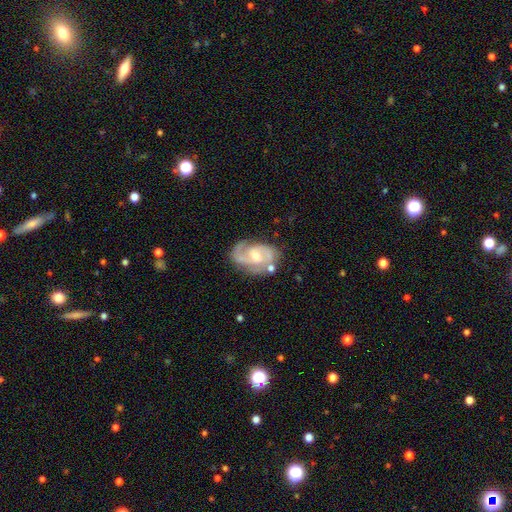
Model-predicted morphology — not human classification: smooth_or_featured: featured or disk (p=0.85) [alt: smooth p=0.10]
disk_edge_on: no (p=0.97) [alt: yes p=0.03]
bar: weak (p=0.47) [alt: no p=0.43]
has_spiral_arms: yes (p=0.95) [alt: no p=0.05]
spiral_winding: medium (p=0.49) [alt: tight p=0.35]
spiral_arm_count: 2 (p=0.71) [alt: can't tell p=0.10]
bulge_size: moderate (p=0.59) [alt: small p=0.35]
merging: none (p=0.64) [alt: minor disturbance p=0.21]